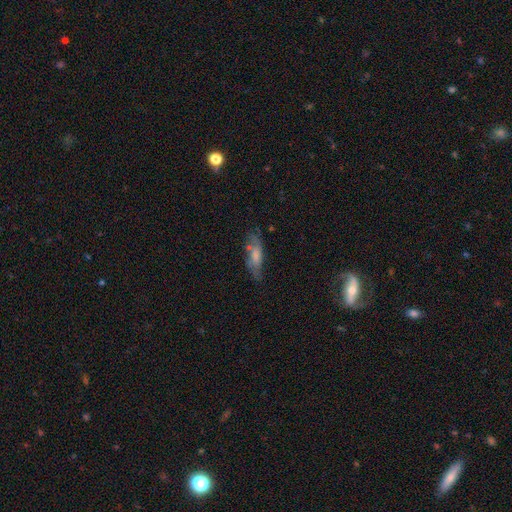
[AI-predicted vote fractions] A smooth galaxy with no disk features (65%) that is in between round and cigar-shaped (53%). Merging: none (59%).